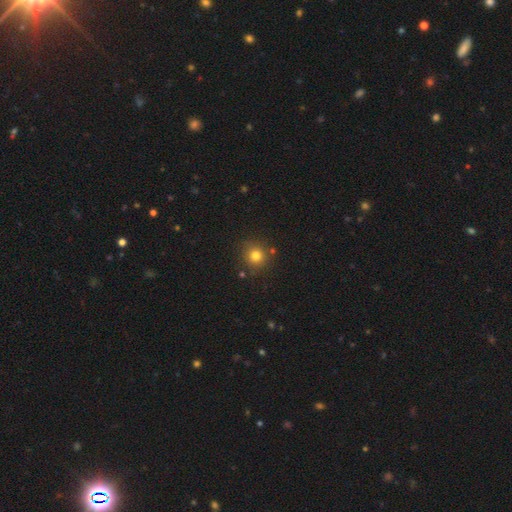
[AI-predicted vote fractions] Overall: smooth (79%). How rounded: round (92%). Merging: none (84%).